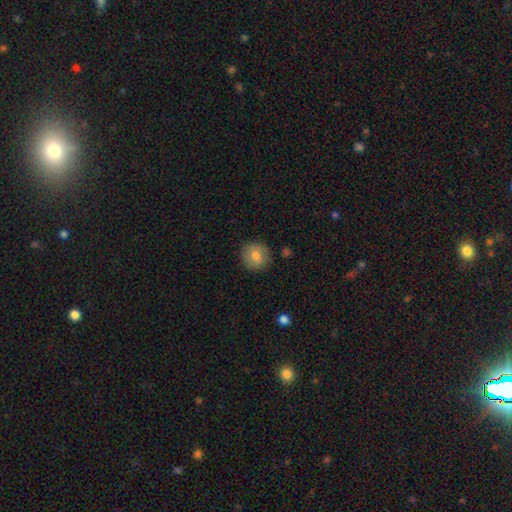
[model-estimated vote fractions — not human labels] A smooth galaxy with no disk features (80%) that is round (92%). Merging: none (88%).